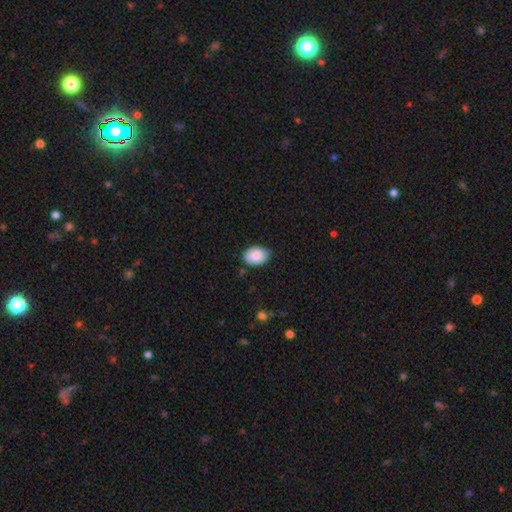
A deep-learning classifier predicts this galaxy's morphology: Smooth or featured? Predicted: smooth (p=0.88). How rounded? Predicted: in between (p=0.86). Merging? Predicted: none (p=0.73).